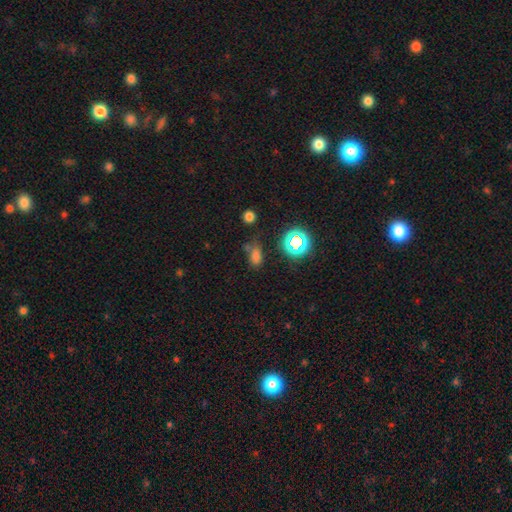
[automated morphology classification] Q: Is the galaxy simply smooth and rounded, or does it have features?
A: smooth — 63%.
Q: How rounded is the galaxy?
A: in between — 74%.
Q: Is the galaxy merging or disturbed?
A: none — 56%.